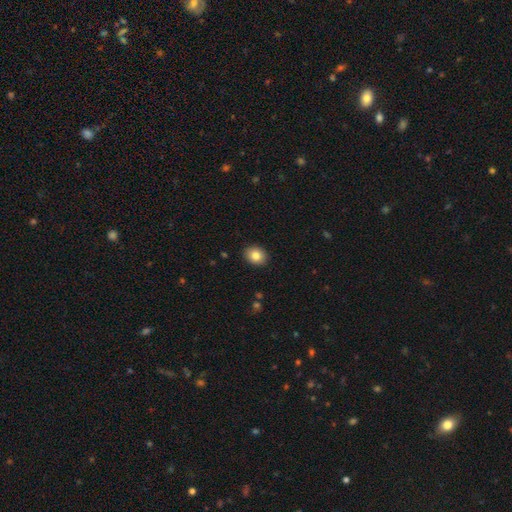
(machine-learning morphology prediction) Smooth or featured? smooth (83%)
How rounded? in between (51%)
Merging? none (90%)